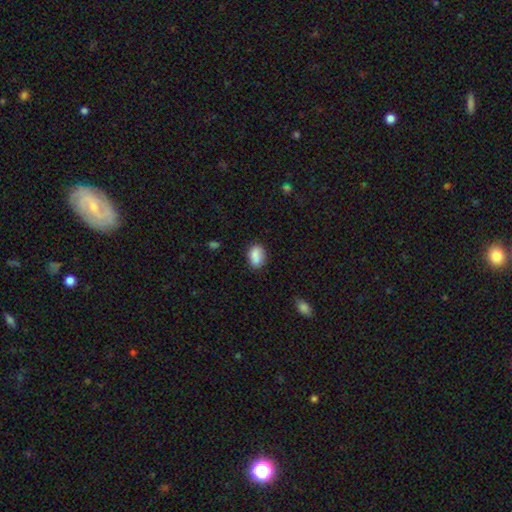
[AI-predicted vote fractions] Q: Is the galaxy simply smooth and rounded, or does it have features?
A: smooth — 85%.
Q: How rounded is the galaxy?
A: in between — 81%.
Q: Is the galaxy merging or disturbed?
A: none — 76%.